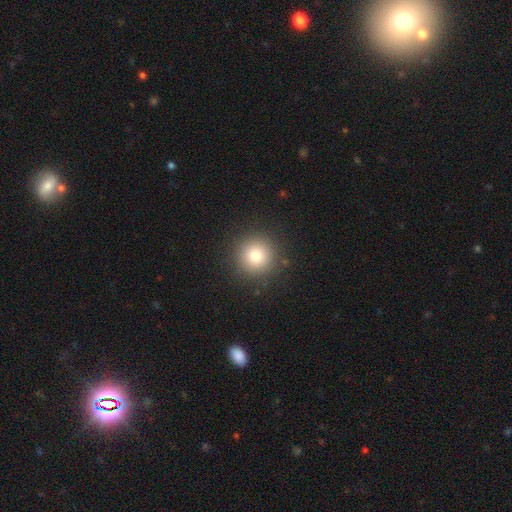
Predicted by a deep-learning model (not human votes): Smooth or featured? smooth (80%)
How rounded? round (95%)
Merging? none (90%)